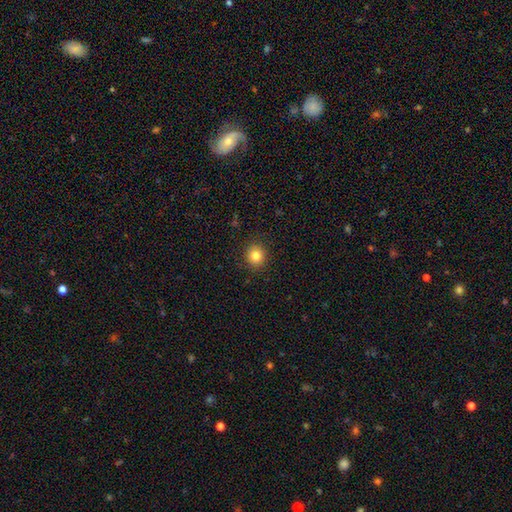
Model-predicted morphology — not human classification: This is clearly a smooth galaxy (82%). How rounded: clearly round (88%). Merging: clearly none (91%).